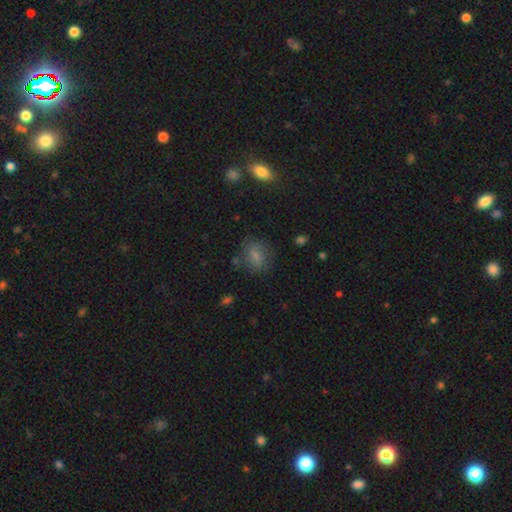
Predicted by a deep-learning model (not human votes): Overall: smooth (70%). How rounded: in between (60%; round 37%). Merging: none (69%).